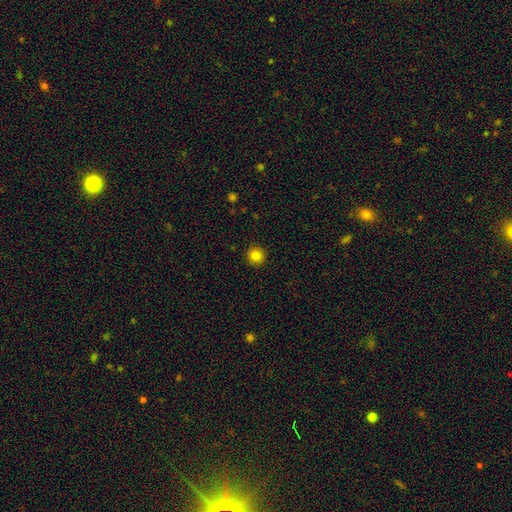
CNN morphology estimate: smooth_or_featured: smooth (p=0.83) [alt: star or artifact p=0.11]
how_rounded: round (p=0.95) [alt: in between p=0.04]
merging: none (p=0.93) [alt: minor disturbance p=0.05]